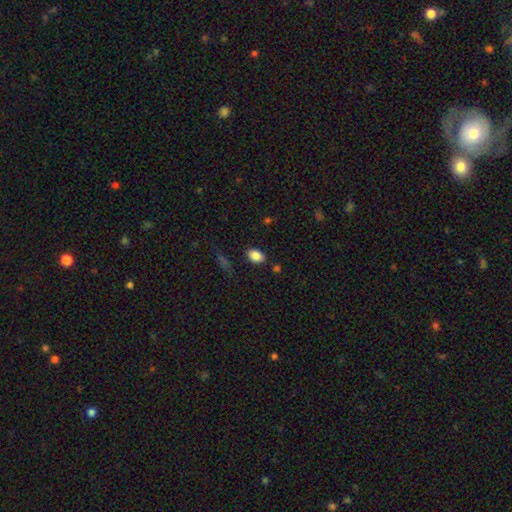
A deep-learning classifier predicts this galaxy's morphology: smooth_or_featured: smooth (p=0.85) [alt: star or artifact p=0.09]
how_rounded: in between (p=0.82) [alt: round p=0.17]
merging: none (p=0.84) [alt: minor disturbance p=0.10]